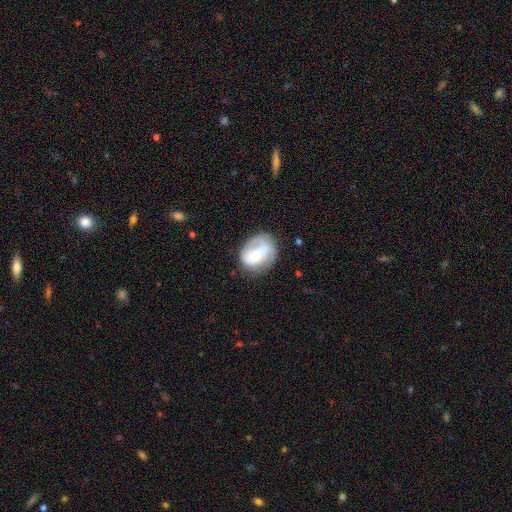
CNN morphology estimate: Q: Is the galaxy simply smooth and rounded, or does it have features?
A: featured or disk — 48%.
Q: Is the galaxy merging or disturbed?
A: none — 55%.